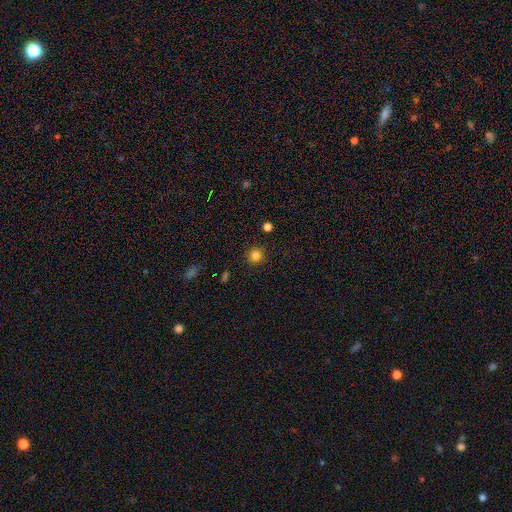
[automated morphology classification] A smooth galaxy with no disk features (82%) that is round (93%).

Vote fractions:
- Smooth or featured? smooth: 82% / star or artifact: 13% / featured or disk: 5%
- How rounded? round: 93% / in between: 6% / cigar-shaped: 1%
- Merging? none: 90% / minor disturbance: 7% / major disturbance: 2% / merger: 1%